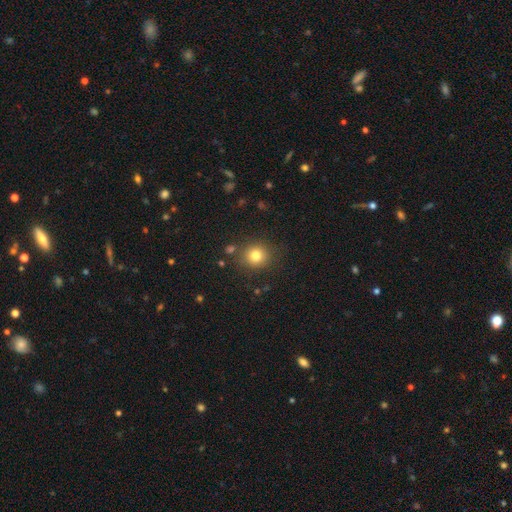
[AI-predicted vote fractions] Smooth or featured?
  - smooth: 80% *
  - star or artifact: 13%
  - featured or disk: 7%
How rounded?
  - round: 88% *
  - in between: 11%
  - cigar-shaped: 1%
Merging?
  - none: 84% *
  - minor disturbance: 10%
  - merger: 4%
  - major disturbance: 3%